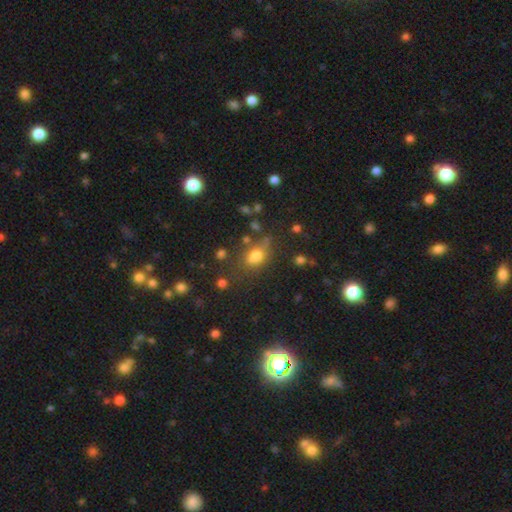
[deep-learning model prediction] Smooth or featured? smooth (72%)
How rounded? in between (69%)
Merging? none (57%)